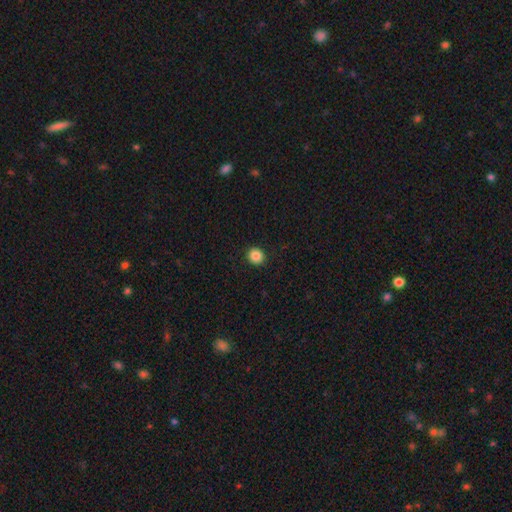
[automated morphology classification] Overall: smooth (86%). How rounded: round (88%). Merging: none (92%).